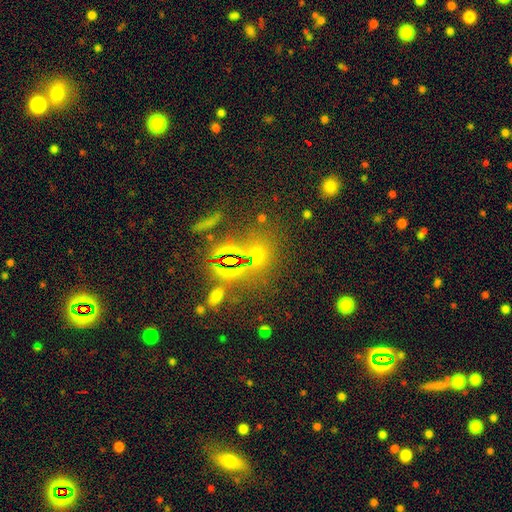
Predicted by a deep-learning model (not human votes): Smooth or featured: star or artifact — 46% (smooth — 44%)